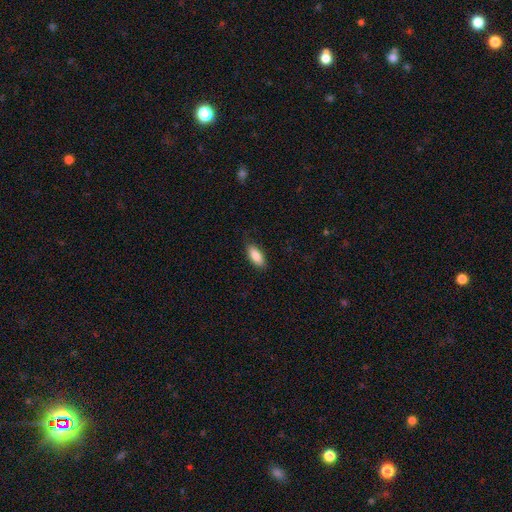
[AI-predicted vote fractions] Smooth or featured: smooth — 86% (featured or disk — 8%)
How rounded: in between — 83% (cigar-shaped — 15%)
Merging: none — 84% (minor disturbance — 12%)